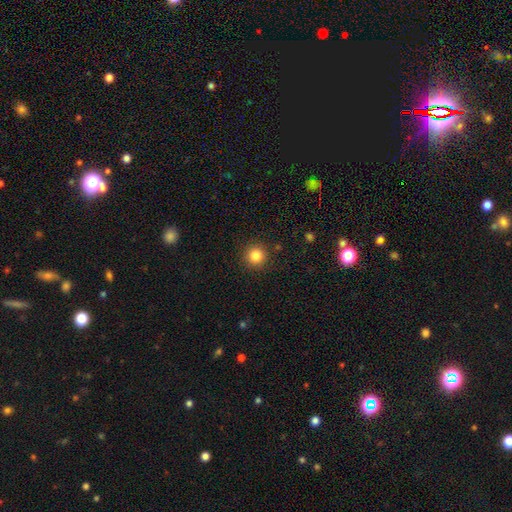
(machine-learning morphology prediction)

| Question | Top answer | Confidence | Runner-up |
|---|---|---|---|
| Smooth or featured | smooth | 84% | star or artifact (11%) |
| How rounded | round | 95% | in between (4%) |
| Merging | none | 90% | minor disturbance (6%) |